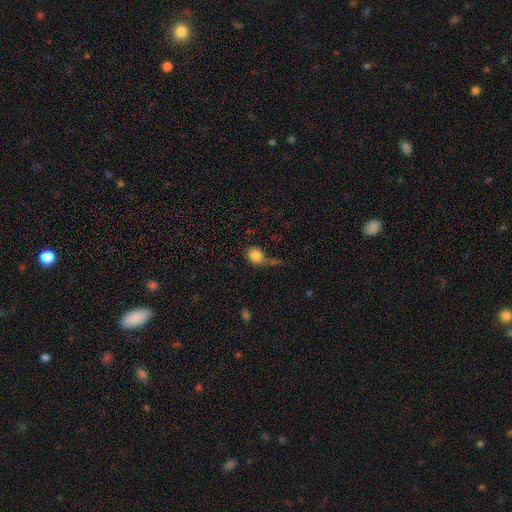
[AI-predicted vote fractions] Smooth or featured? smooth (83%)
How rounded? round (61%)
Merging? none (40%)